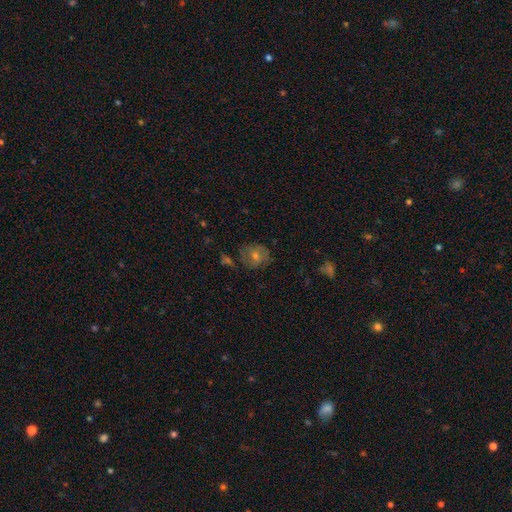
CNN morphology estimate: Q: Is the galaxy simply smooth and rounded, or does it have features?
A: smooth — 42%.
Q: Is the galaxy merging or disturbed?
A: none — 74%.